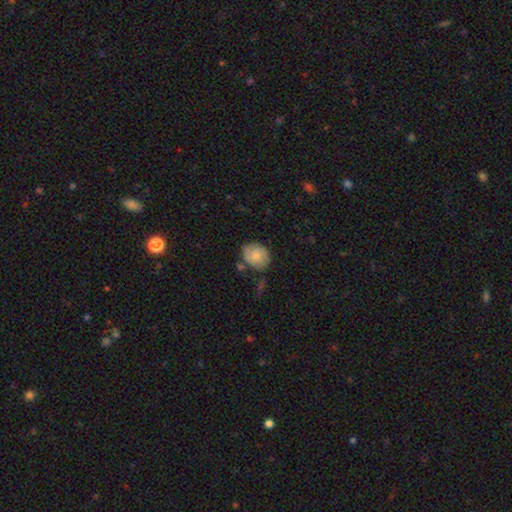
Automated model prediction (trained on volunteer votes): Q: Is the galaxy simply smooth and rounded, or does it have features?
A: smooth — 74%.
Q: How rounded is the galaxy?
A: round — 54%.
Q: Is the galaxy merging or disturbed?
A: none — 63%.